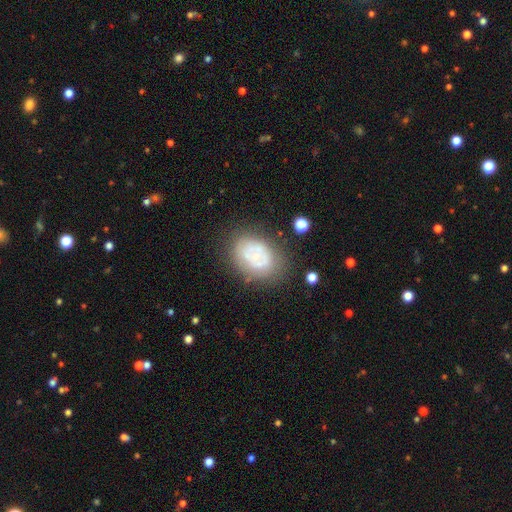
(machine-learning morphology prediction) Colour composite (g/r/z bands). It shows a featured or disk galaxy (49%). Merging: none (65%).